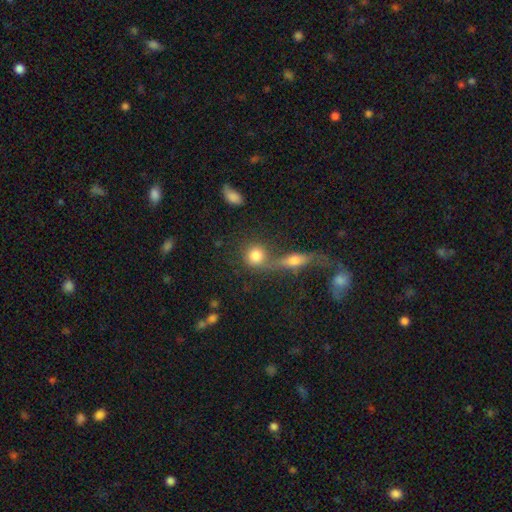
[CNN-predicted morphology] The model was most divided on "merging": none: 44%, merger: 39%, minor disturbance: 10%, major disturbance: 7%. More confident: how rounded — round (81%); smooth or featured — smooth (78%).